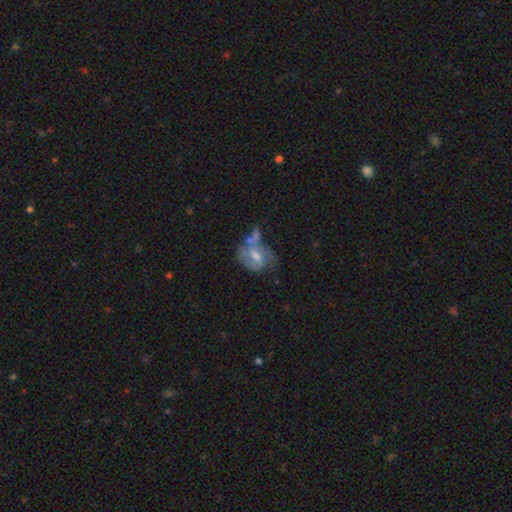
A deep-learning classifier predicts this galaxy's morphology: type=featured or disk (64%); edge-on=no (97%); bar=weak (52%); spiral arms=yes (75%); bulge=moderate (59%); merging=none (37%).